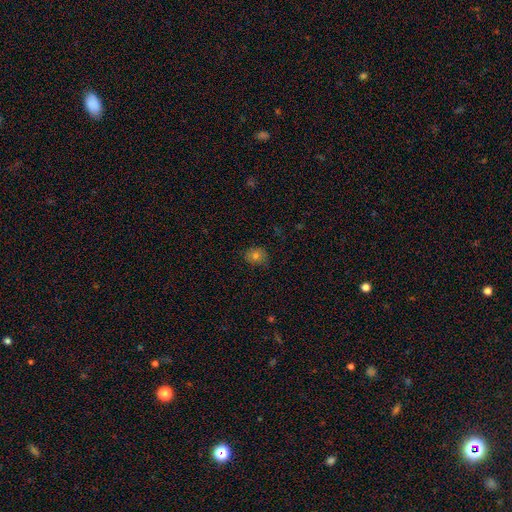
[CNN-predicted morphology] This is likely a smooth galaxy (76%). How rounded: likely round (67%). Merging: likely none (75%).